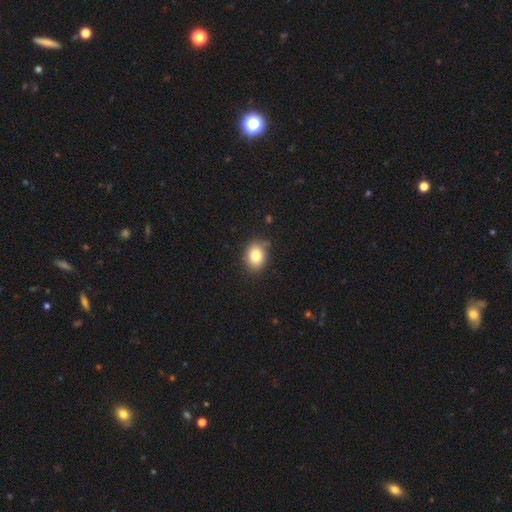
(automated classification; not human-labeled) Overall: smooth (82%). How rounded: in between (57%; round 42%). Merging: none (80%).